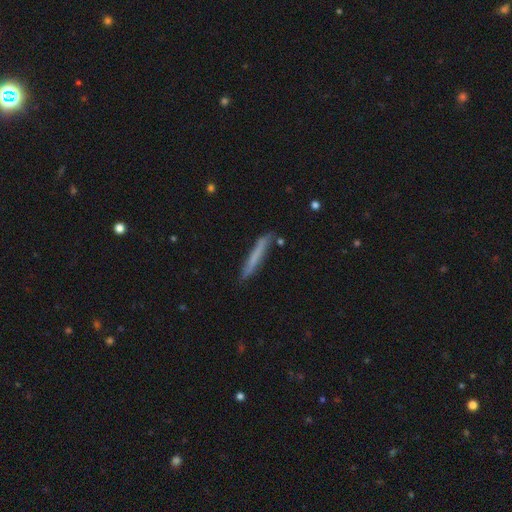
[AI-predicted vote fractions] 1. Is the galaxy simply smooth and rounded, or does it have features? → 64% smooth, 30% featured or disk, 6% star or artifact.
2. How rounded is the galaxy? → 96% cigar-shaped, 3% in between, 1% round.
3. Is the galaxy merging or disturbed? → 85% none, 11% minor disturbance, 2% merger, 2% major disturbance.